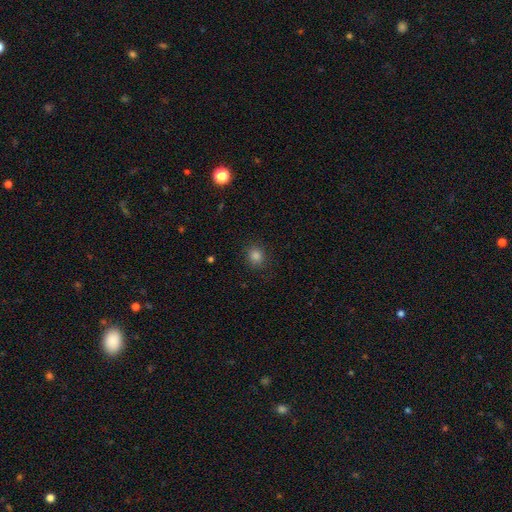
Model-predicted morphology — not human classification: A smooth galaxy with no disk features (82%) that is round (82%). Merging: none (87%).